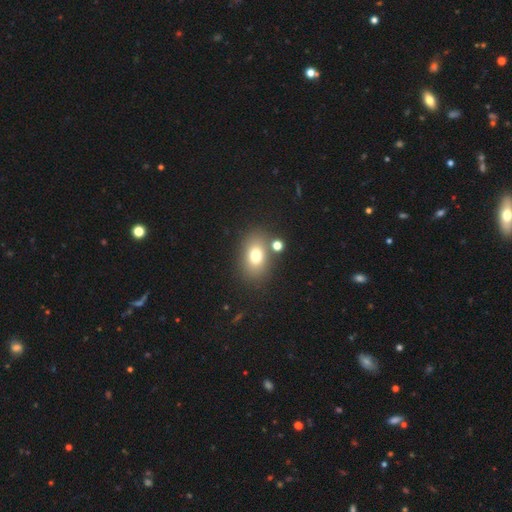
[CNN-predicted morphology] A smooth galaxy with no disk features (75%) that is in between round and cigar-shaped (74%).

Vote fractions:
- Smooth or featured? smooth: 75% / featured or disk: 13% / star or artifact: 12%
- How rounded? in between: 74% / round: 25% / cigar-shaped: 1%
- Merging? none: 74% / merger: 11% / minor disturbance: 10% / major disturbance: 4%